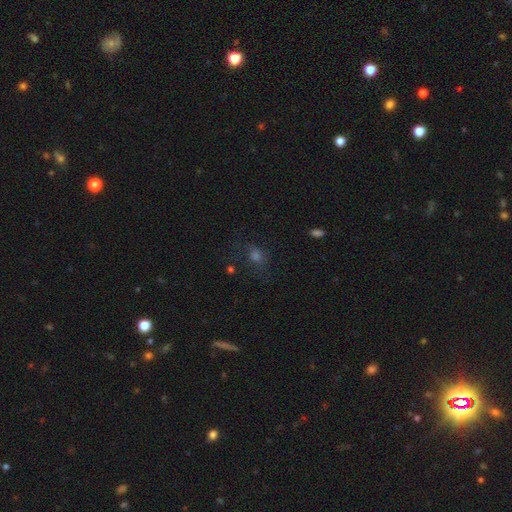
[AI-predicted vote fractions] This appears to be a smooth galaxy with no disk features (48%). Merging: none (64%).